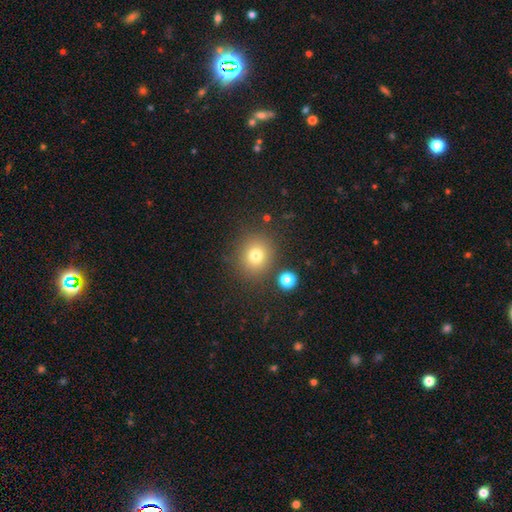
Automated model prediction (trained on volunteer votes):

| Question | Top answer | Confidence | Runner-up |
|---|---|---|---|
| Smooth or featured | smooth | 75% | star or artifact (15%) |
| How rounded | round | 85% | in between (14%) |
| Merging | none | 83% | minor disturbance (9%) |